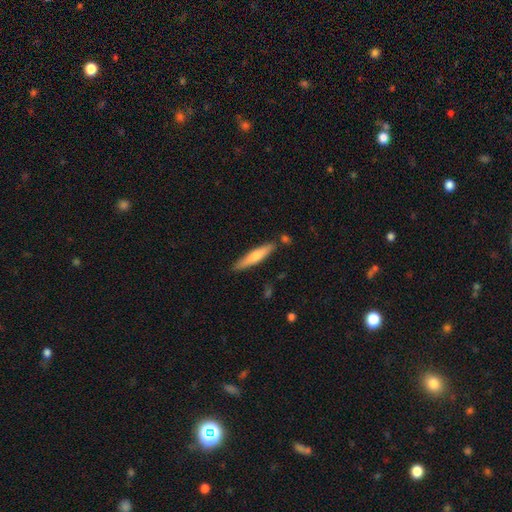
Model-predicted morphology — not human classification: The model was most divided on "smooth or featured": smooth: 60%, featured or disk: 35%, star or artifact: 6%. More confident: how rounded — cigar-shaped (89%); merging — none (84%).